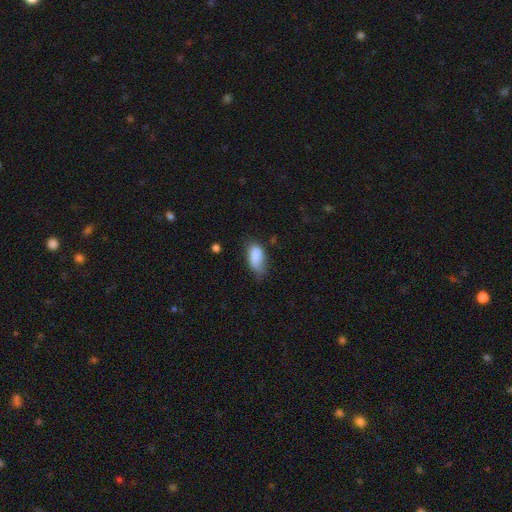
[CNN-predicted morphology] This is clearly a smooth galaxy (83%). How rounded: clearly in between (91%). Merging: marginally minor disturbance (41%).